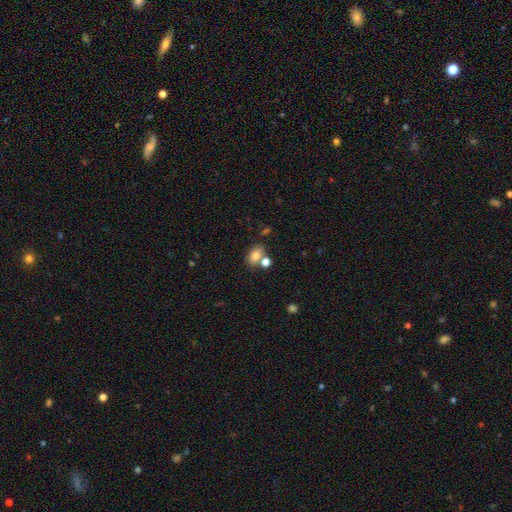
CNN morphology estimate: Q: Smooth or featured?
A: smooth (79%); runner-up: featured or disk (11%)
Q: How rounded?
A: in between (80%); runner-up: round (18%)
Q: Merging?
A: none (58%); runner-up: merger (25%)